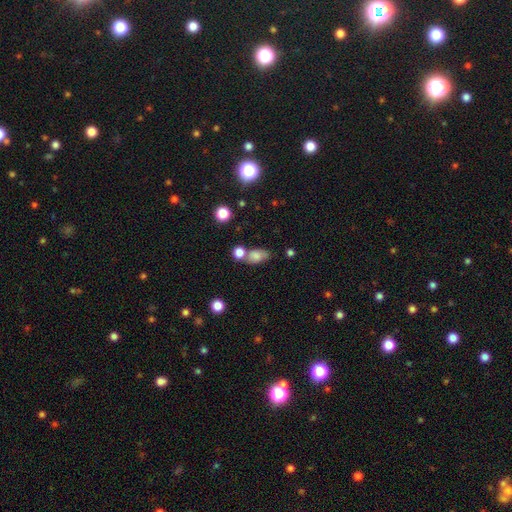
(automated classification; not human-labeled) A smooth galaxy with no disk features (78%) that is in between round and cigar-shaped (79%).

Vote fractions:
- Smooth or featured? smooth: 78% / star or artifact: 11% / featured or disk: 11%
- How rounded? in between: 79% / round: 17% / cigar-shaped: 4%
- Merging? none: 48% / merger: 28% / minor disturbance: 17% / major disturbance: 7%